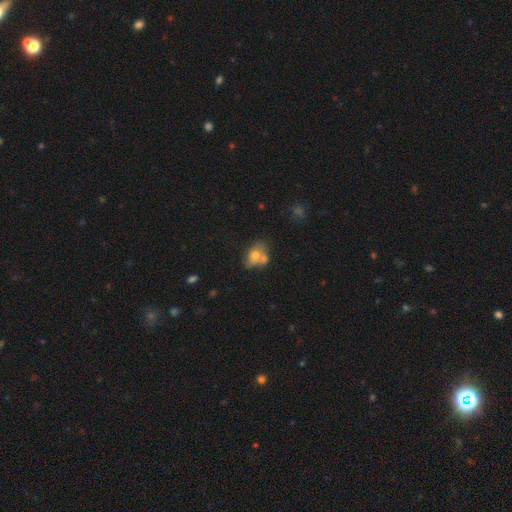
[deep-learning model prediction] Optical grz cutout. It shows a smooth galaxy with no disk features (67%) that is in between round and cigar-shaped (66%). Merging: merger (44%).